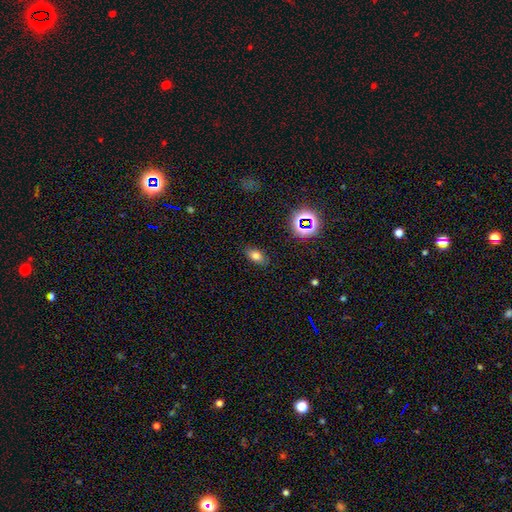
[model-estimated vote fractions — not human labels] smooth-or-featured: smooth: 73% | star or artifact: 16% | featured or disk: 11%
  how-rounded: in between: 85% | round: 11% | cigar-shaped: 3%
  merging: none: 85% | minor disturbance: 11% | major disturbance: 3% | merger: 1%